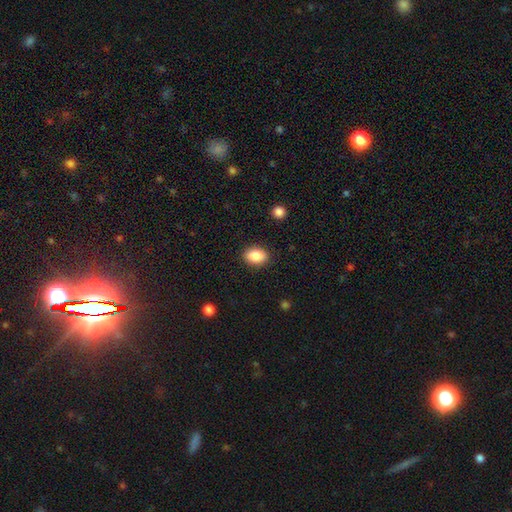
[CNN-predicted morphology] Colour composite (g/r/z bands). It shows a smooth galaxy with no disk features (87%) that is in between round and cigar-shaped (79%). Merging: none (88%).